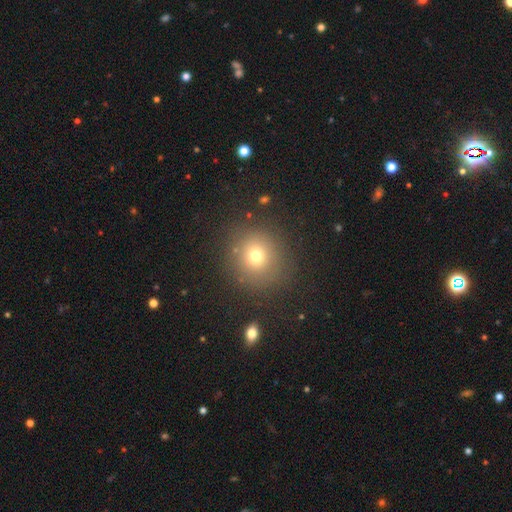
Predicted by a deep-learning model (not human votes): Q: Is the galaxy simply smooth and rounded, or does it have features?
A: smooth — 71%.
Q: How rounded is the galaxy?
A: round — 89%.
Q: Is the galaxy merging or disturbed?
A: none — 85%.